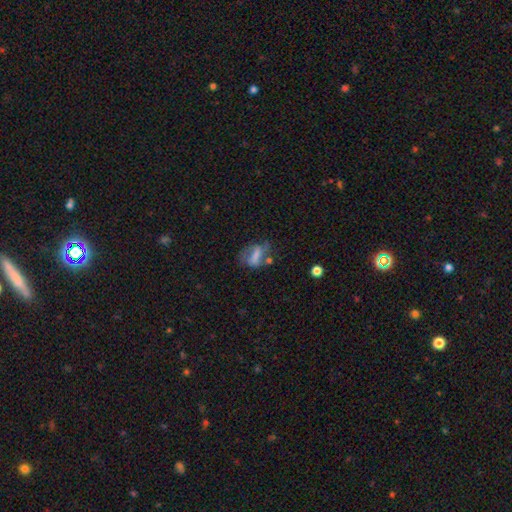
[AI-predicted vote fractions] Smooth or featured?
  - smooth: 51% *
  - featured or disk: 38%
  - star or artifact: 12%
How rounded?
  - in between: 72% *
  - round: 15%
  - cigar-shaped: 14%
Merging?
  - none: 39% *
  - minor disturbance: 26%
  - major disturbance: 26%
  - merger: 10%